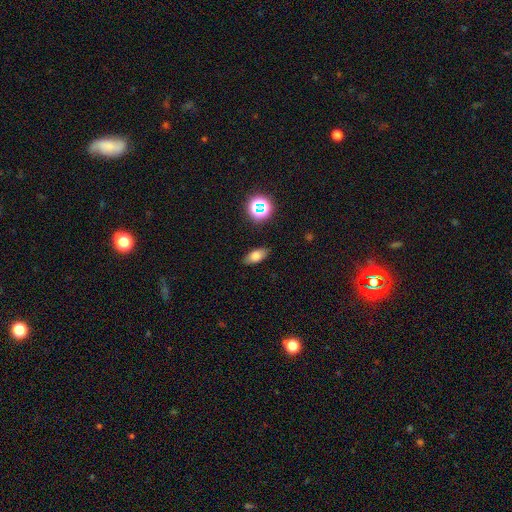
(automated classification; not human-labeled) This is likely a smooth galaxy (76%). How rounded: clearly in between (86%). Merging: clearly none (86%).